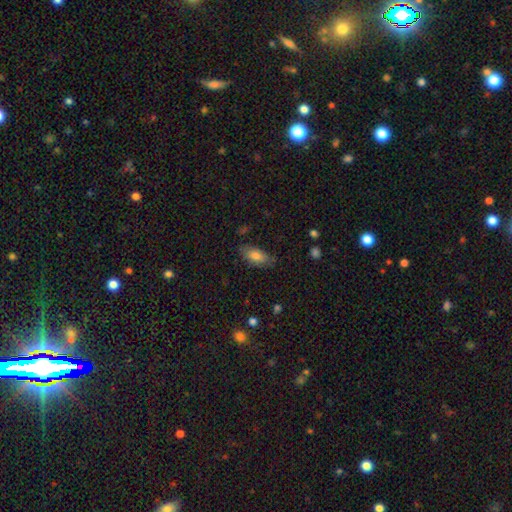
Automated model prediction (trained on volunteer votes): A smooth galaxy with no disk features (78%) that is in between round and cigar-shaped (87%).

Vote fractions:
- Smooth or featured? smooth: 78% / featured or disk: 14% / star or artifact: 8%
- How rounded? in between: 87% / cigar-shaped: 9% / round: 3%
- Merging? none: 74% / minor disturbance: 20% / major disturbance: 4% / merger: 2%